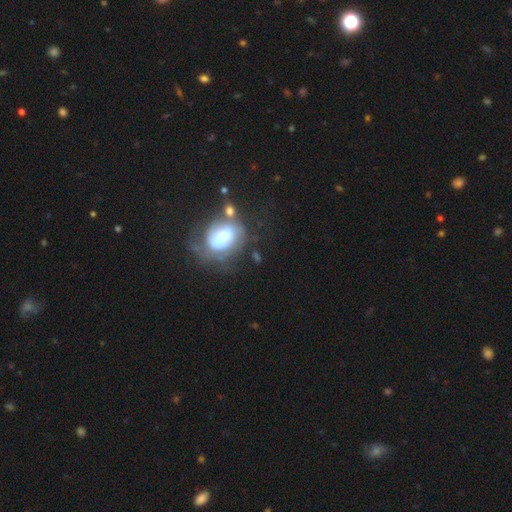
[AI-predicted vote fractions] Smooth or featured?
  - featured or disk: 60% *
  - smooth: 29%
  - star or artifact: 11%
Edge-on disk?
  - no: 97% *
  - yes: 3%
Bar?
  - no: 54% *
  - weak: 35%
  - strong: 11%
Spiral arms?
  - yes: 76% *
  - no: 24%
Bulge size?
  - moderate: 41% *
  - large: 34%
  - small: 15%
  - dominant: 6%
  - none: 4%
Merging?
  - none: 47% *
  - minor disturbance: 23%
  - major disturbance: 21%
  - merger: 9%